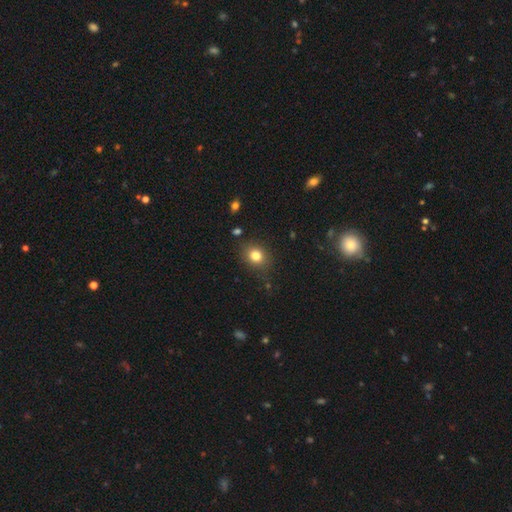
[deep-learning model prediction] This appears to be a smooth galaxy with no disk features (80%) that is round (68%). Merging: none (82%).